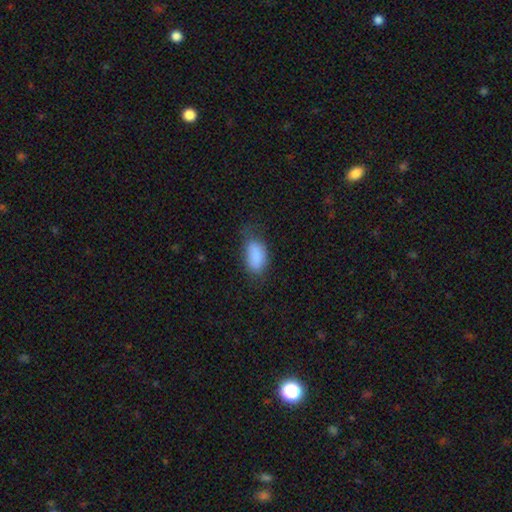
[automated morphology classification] A smooth galaxy with no disk features (85%) that is in between round and cigar-shaped (92%). Merging: none (54%).